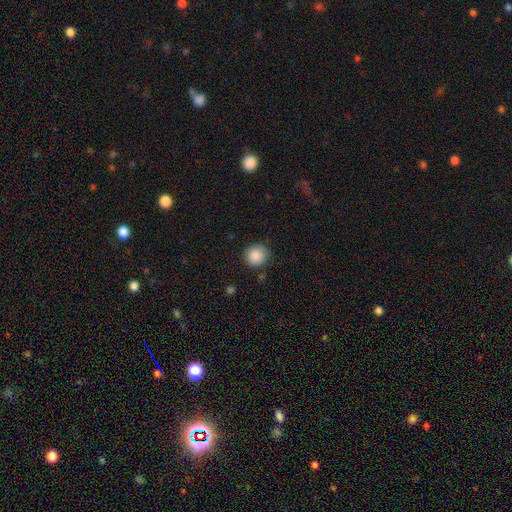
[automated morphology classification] smooth 88%, star or artifact 8%, featured or disk 4%. Down the decision tree: how rounded — round (92%); merging — none (86%).